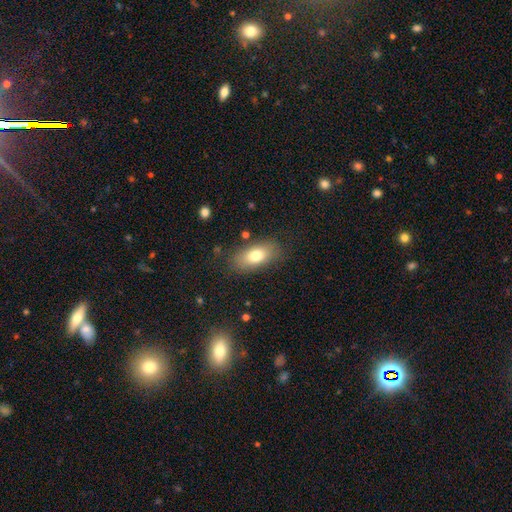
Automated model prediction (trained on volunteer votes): Q: Smooth or featured?
A: smooth (76%); runner-up: featured or disk (16%)
Q: How rounded?
A: in between (88%); runner-up: cigar-shaped (7%)
Q: Merging?
A: none (81%); runner-up: minor disturbance (13%)